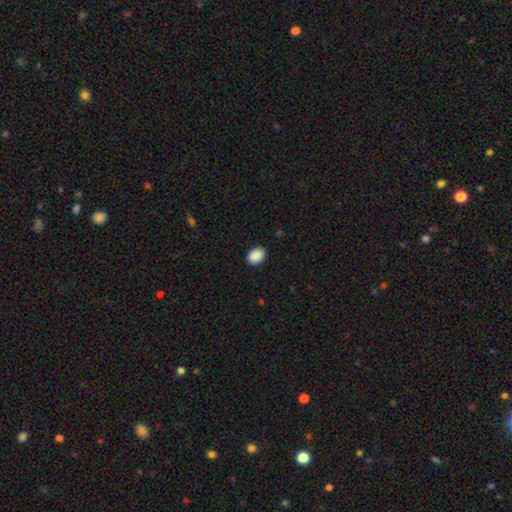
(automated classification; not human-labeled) smooth_or_featured: smooth (p=0.90) [alt: star or artifact p=0.07]
how_rounded: in between (p=0.73) [alt: round p=0.26]
merging: none (p=0.90) [alt: minor disturbance p=0.08]